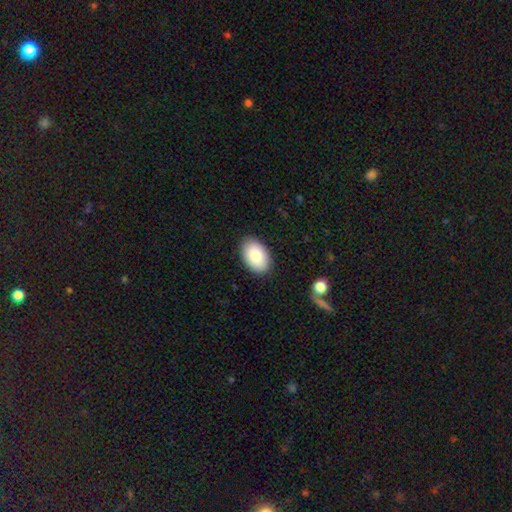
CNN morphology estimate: The model was most divided on "smooth or featured": smooth: 85%, featured or disk: 9%, star or artifact: 6%. More confident: how rounded — in between (92%); merging — none (88%).